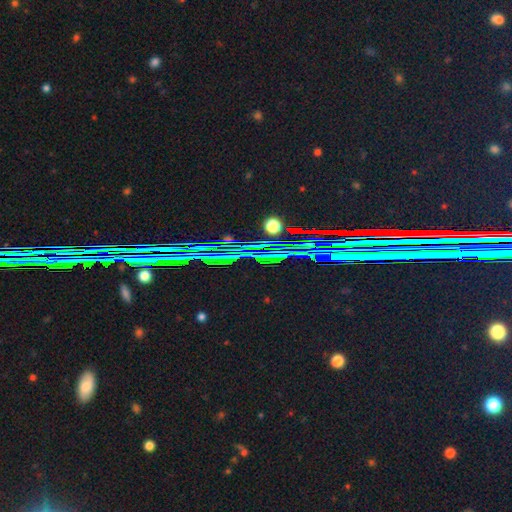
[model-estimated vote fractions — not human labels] The model was most divided on "smooth or featured": star or artifact: 86%, featured or disk: 7%, smooth: 7%.